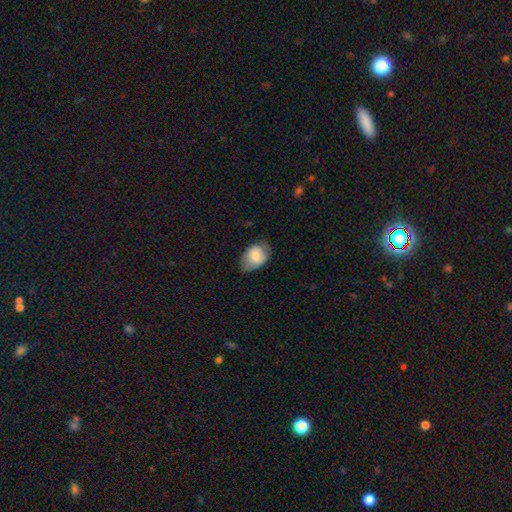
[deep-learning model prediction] This is likely a smooth galaxy (77%). How rounded: clearly in between (80%). Merging: likely none (63%).